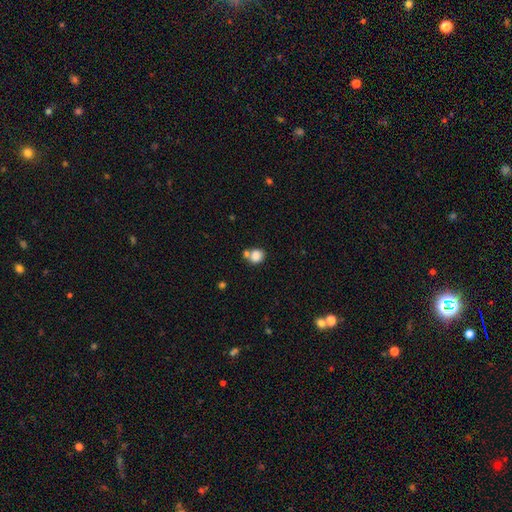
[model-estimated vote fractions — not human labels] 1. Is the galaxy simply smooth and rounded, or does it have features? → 84% smooth, 10% star or artifact, 7% featured or disk.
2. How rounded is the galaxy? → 71% round, 28% in between, 1% cigar-shaped.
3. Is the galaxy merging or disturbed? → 52% none, 32% merger, 12% minor disturbance, 4% major disturbance.